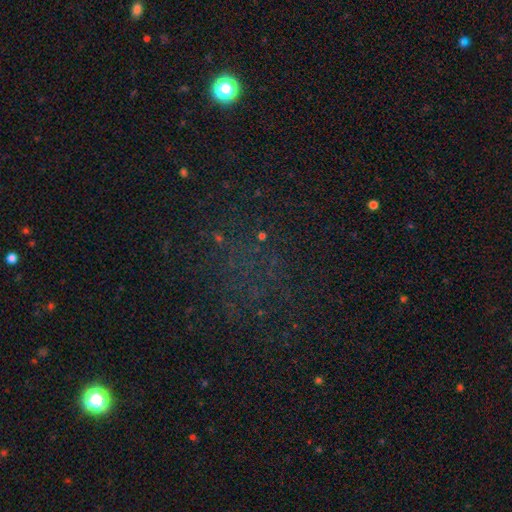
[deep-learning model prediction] Smooth or featured? star or artifact (58%)